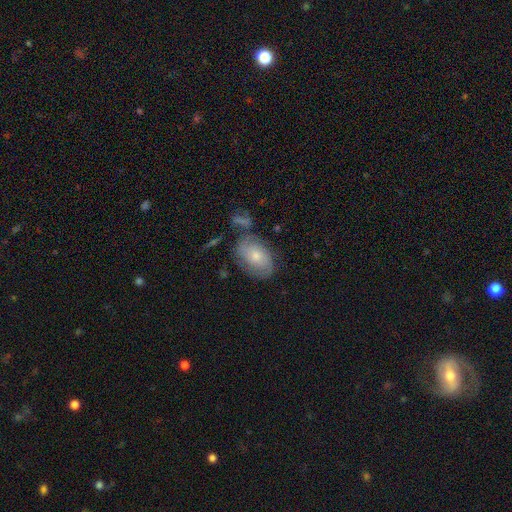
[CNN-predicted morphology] Overall: smooth (52%; featured or disk 41%). How rounded: in between (85%). Merging: none (60%; minor disturbance 22%).